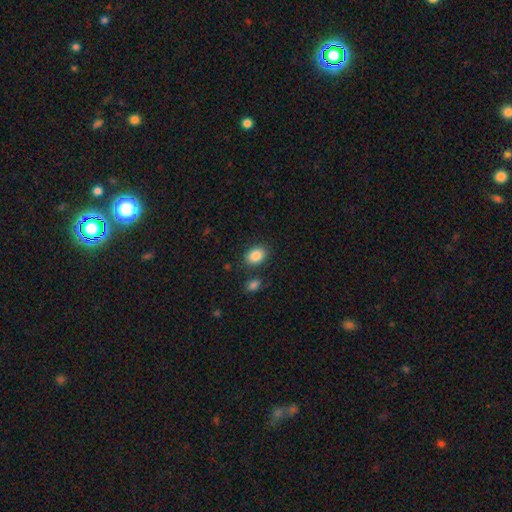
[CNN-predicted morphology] A smooth galaxy with no disk features (87%) that is in between round and cigar-shaped (79%). Merging: none (82%).